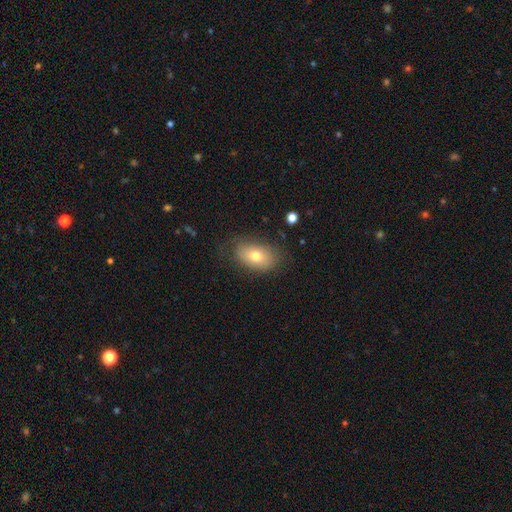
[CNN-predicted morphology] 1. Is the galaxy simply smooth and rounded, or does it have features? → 72% smooth, 19% featured or disk, 9% star or artifact.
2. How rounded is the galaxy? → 86% in between, 12% round, 2% cigar-shaped.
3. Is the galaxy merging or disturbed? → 71% none, 20% minor disturbance, 8% major disturbance, 1% merger.